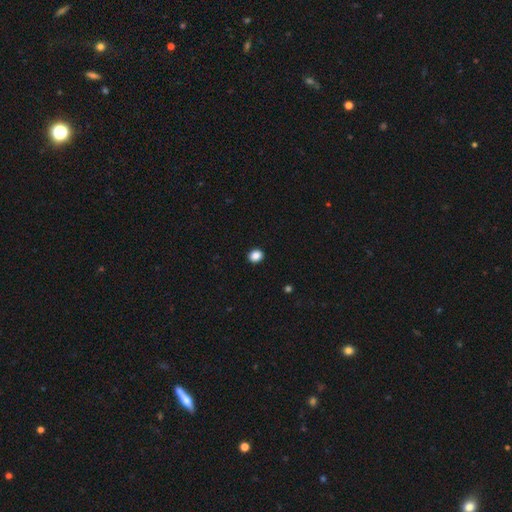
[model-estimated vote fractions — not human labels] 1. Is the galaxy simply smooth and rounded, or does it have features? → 87% smooth, 10% star or artifact, 3% featured or disk.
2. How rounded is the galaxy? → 66% round, 33% in between, 1% cigar-shaped.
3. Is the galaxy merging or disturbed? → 92% none, 5% minor disturbance, 2% major disturbance, 1% merger.